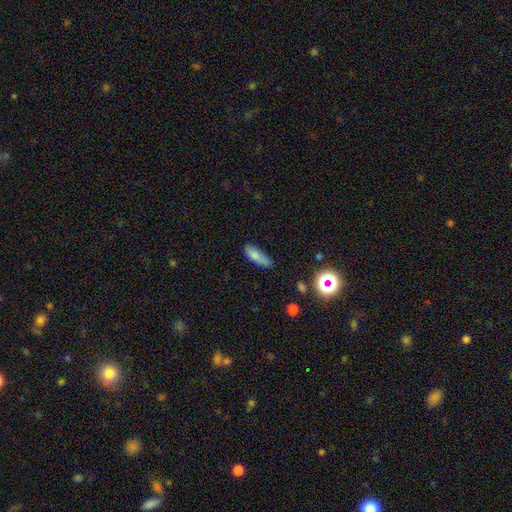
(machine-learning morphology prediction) Smooth or featured? smooth (79%)
How rounded? in between (55%)
Merging? none (69%)